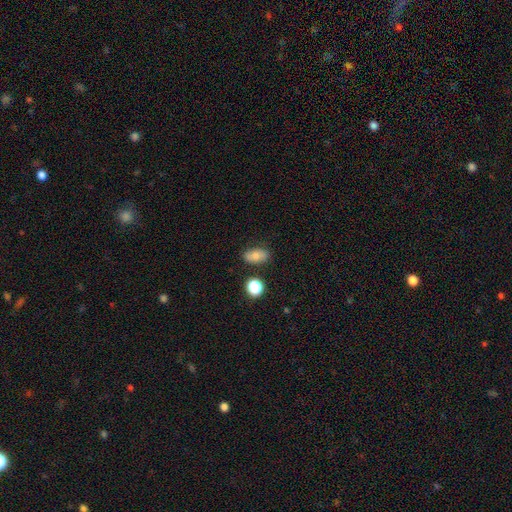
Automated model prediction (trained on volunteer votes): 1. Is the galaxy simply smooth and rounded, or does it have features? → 73% smooth, 15% featured or disk, 11% star or artifact.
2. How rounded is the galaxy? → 84% in between, 12% round, 4% cigar-shaped.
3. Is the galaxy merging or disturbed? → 79% none, 14% minor disturbance, 4% merger, 3% major disturbance.